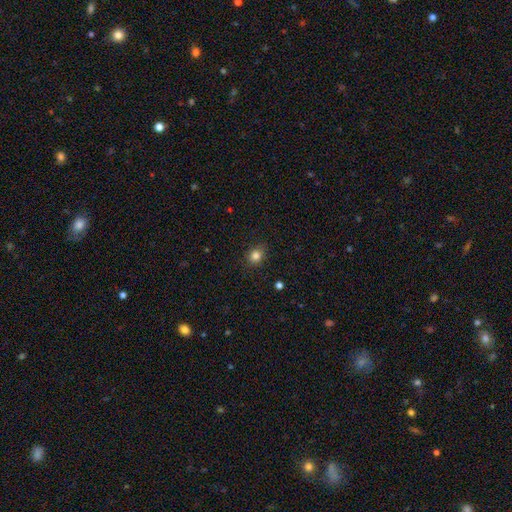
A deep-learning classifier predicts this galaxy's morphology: This appears to be a smooth galaxy with no disk features (83%) that is round (69%). Merging: none (87%).